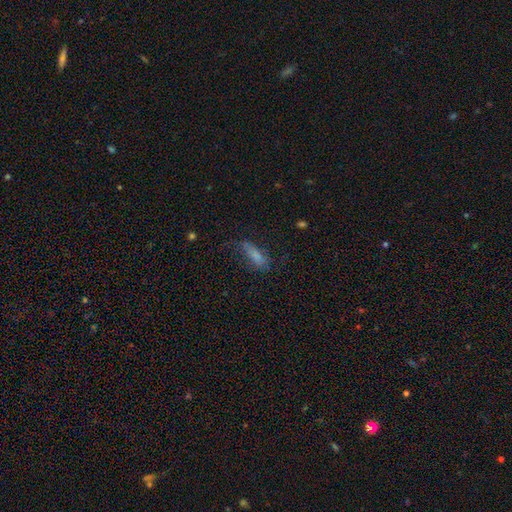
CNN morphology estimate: Smooth or featured?
  - smooth: 68% *
  - featured or disk: 20%
  - star or artifact: 12%
How rounded?
  - in between: 53% *
  - cigar-shaped: 44%
  - round: 3%
Merging?
  - none: 53% *
  - minor disturbance: 28%
  - major disturbance: 17%
  - merger: 2%